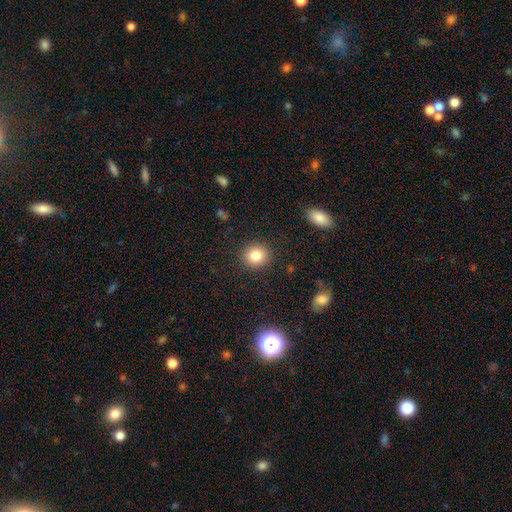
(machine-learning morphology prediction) The model was most divided on "smooth or featured": smooth: 82%, star or artifact: 11%, featured or disk: 7%. More confident: merging — none (90%); how rounded — round (87%).